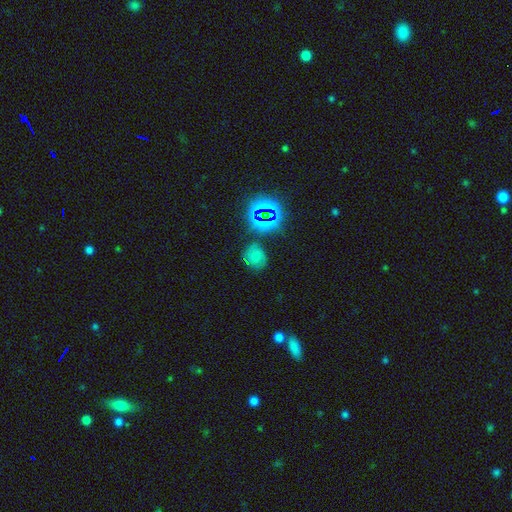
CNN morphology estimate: type=smooth (55%); roundness=round (59%); merging=none (65%).